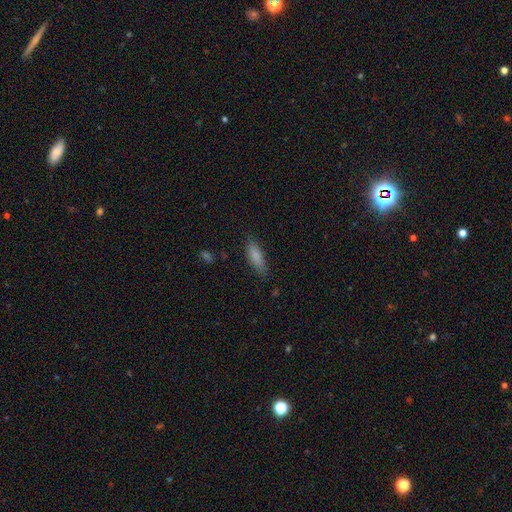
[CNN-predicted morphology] The model was most divided on "how rounded": cigar-shaped: 51%, in between: 47%, round: 2%. More confident: smooth or featured — smooth (83%); merging — none (79%).